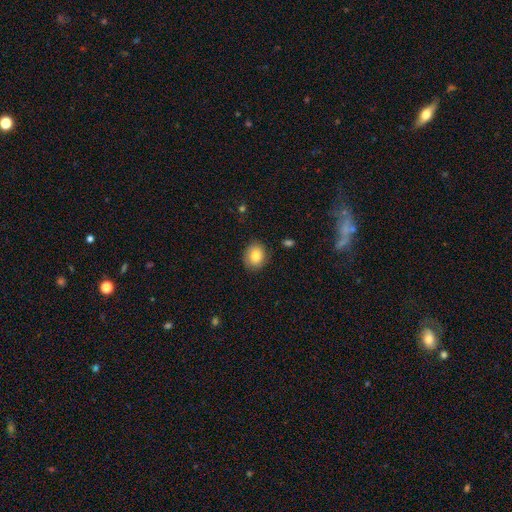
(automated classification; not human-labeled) Smooth or featured?
  - smooth: 78% *
  - featured or disk: 13%
  - star or artifact: 9%
How rounded?
  - round: 64% *
  - in between: 35%
  - cigar-shaped: 1%
Merging?
  - none: 84% *
  - minor disturbance: 12%
  - major disturbance: 3%
  - merger: 1%